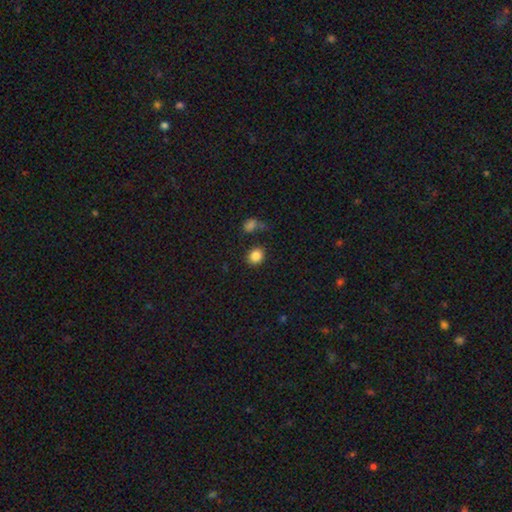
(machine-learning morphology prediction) This appears to be a smooth galaxy with no disk features (84%) that is round (72%). Merging: none (81%).